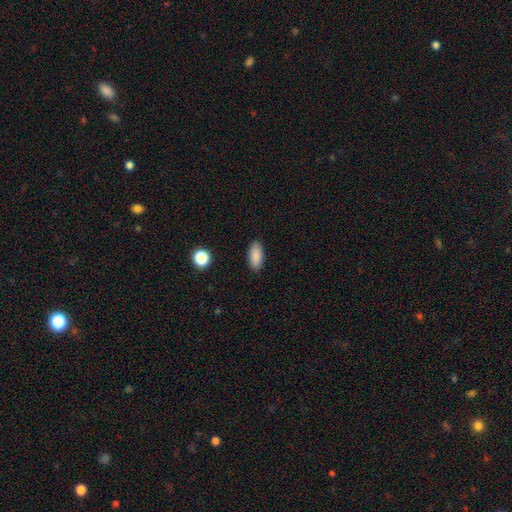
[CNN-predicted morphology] This is clearly a smooth galaxy (88%). How rounded: clearly in between (87%). Merging: clearly none (88%).